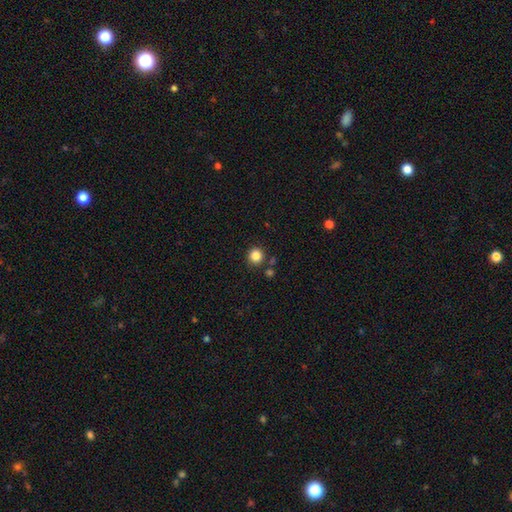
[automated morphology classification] smooth_or_featured: smooth (p=0.84) [alt: star or artifact p=0.11]
how_rounded: round (p=0.93) [alt: in between p=0.06]
merging: none (p=0.85) [alt: minor disturbance p=0.07]